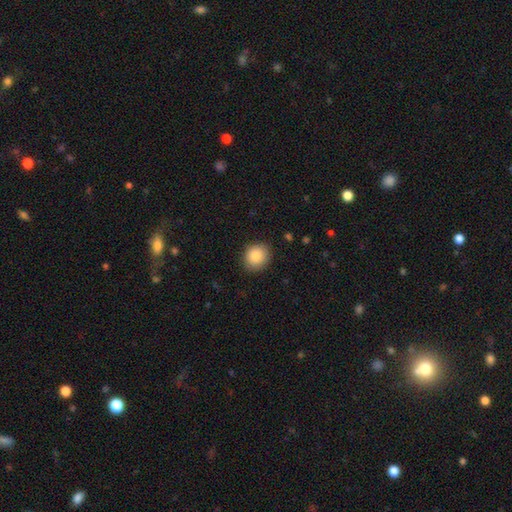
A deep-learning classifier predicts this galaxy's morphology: This is clearly a smooth galaxy (86%). How rounded: likely round (75%). Merging: clearly none (86%).